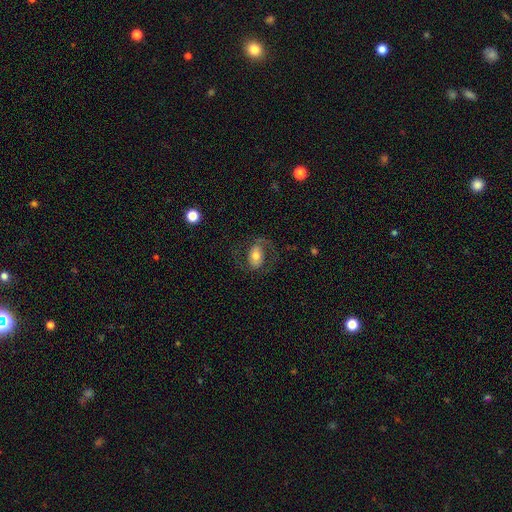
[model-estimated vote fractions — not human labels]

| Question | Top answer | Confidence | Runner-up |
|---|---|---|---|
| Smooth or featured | featured or disk | 54% | smooth (38%) |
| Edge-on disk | no | 96% | yes (4%) |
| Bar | no | 45% | weak (33%) |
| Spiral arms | yes | 78% | no (22%) |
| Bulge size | moderate | 61% | large (18%) |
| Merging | none | 65% | major disturbance (18%) |